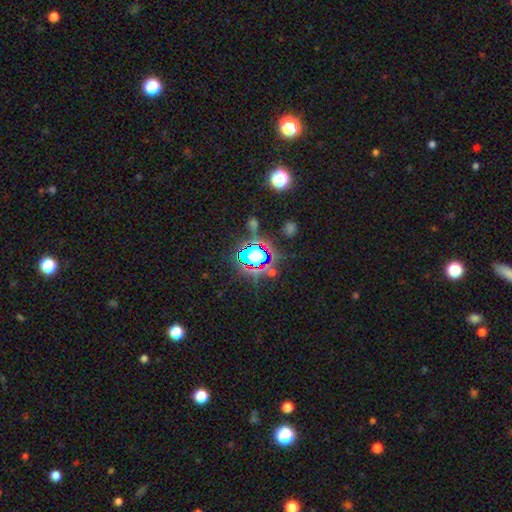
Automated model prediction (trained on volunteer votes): Smooth or featured? star or artifact (68%)